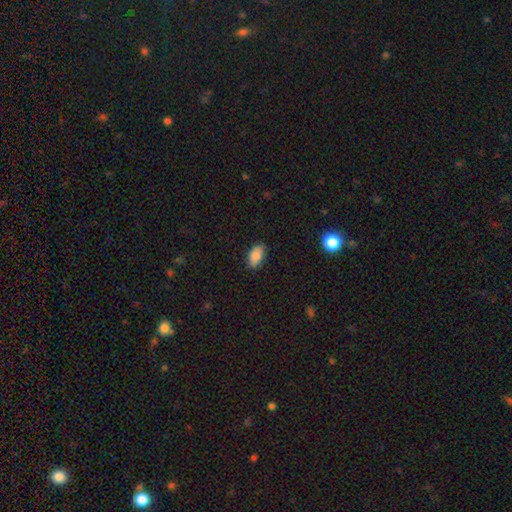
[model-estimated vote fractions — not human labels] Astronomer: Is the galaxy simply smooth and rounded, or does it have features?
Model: smooth — 85%.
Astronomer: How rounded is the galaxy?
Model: in between — 93%.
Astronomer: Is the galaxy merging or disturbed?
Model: none — 84%.